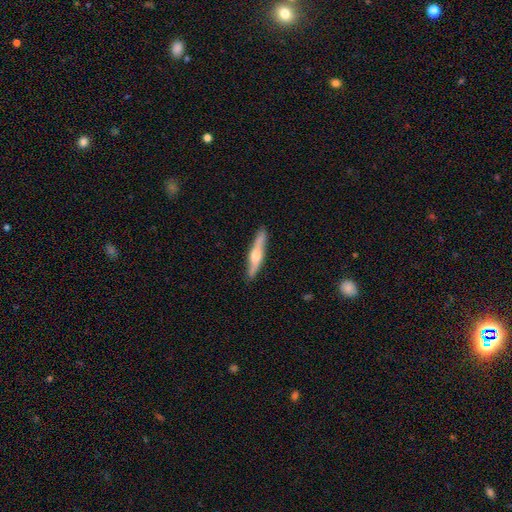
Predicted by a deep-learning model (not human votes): Overall: featured or disk (57%; smooth 38%). Edge-on disk: yes (89%). Edge-on bulge: rounded (91%). Merging: none (88%).